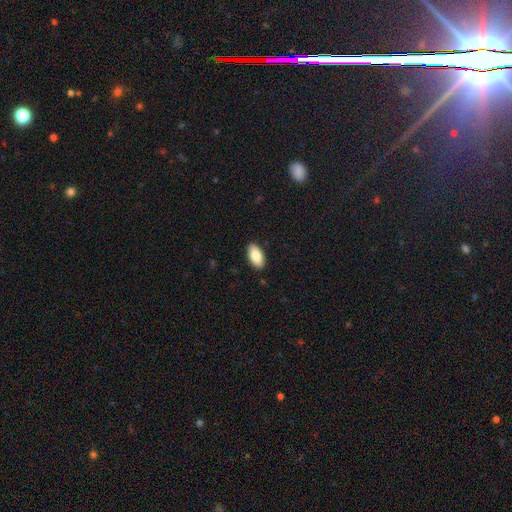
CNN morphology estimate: smooth 85%, featured or disk 9%, star or artifact 6%. Down the decision tree: how rounded — in between (94%); merging — none (89%).